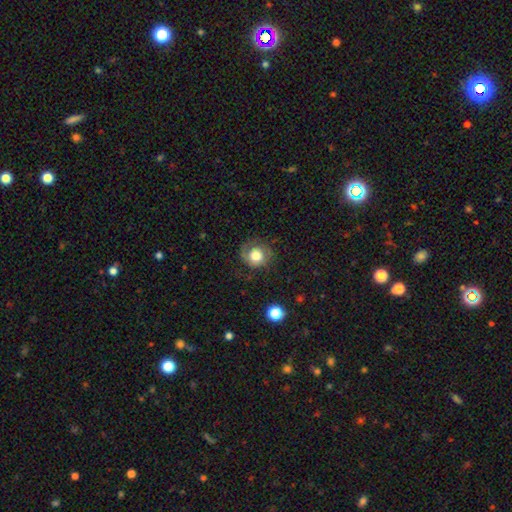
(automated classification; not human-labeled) Q: Smooth or featured?
A: smooth (60%); runner-up: featured or disk (30%)
Q: How rounded?
A: round (86%); runner-up: in between (13%)
Q: Merging?
A: none (66%); runner-up: minor disturbance (20%)